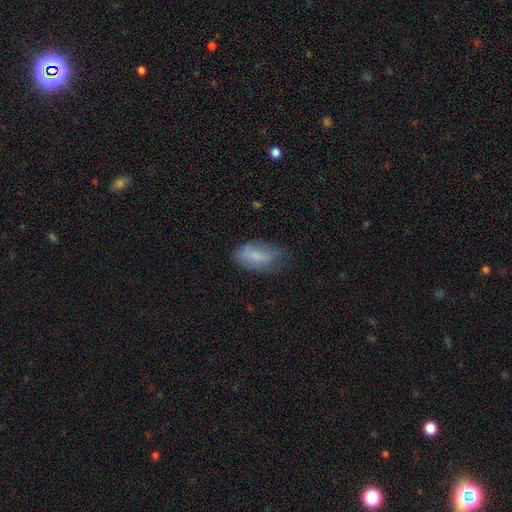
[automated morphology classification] A smooth galaxy with no disk features (69%) that is in between round and cigar-shaped (90%). Merging: none (51%).